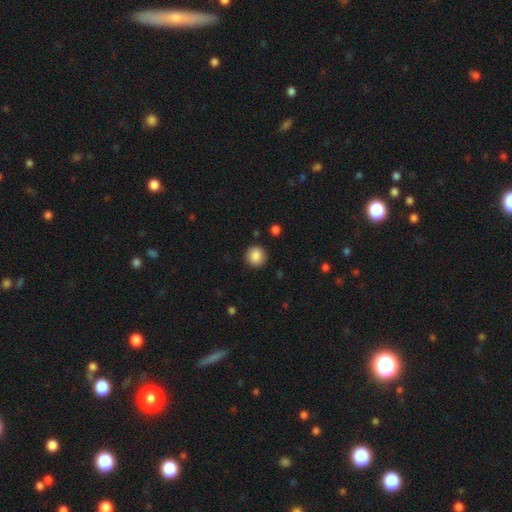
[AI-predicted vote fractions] Q: Smooth or featured?
A: smooth (88%); runner-up: star or artifact (8%)
Q: How rounded?
A: round (92%); runner-up: in between (7%)
Q: Merging?
A: none (91%); runner-up: minor disturbance (6%)